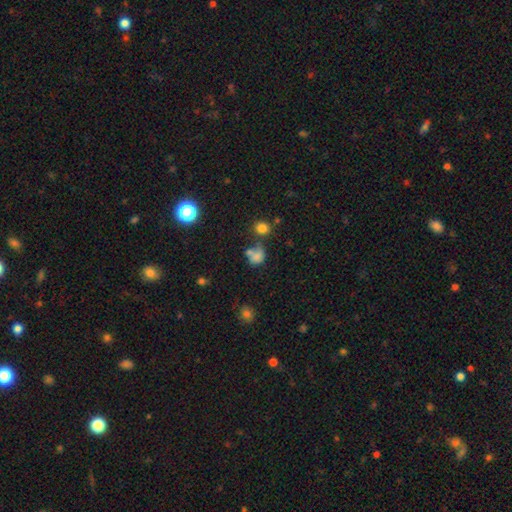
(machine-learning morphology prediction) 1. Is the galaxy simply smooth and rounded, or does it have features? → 69% smooth, 17% star or artifact, 13% featured or disk.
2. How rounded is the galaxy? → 62% round, 37% in between, 1% cigar-shaped.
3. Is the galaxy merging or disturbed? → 39% none, 31% merger, 18% minor disturbance, 12% major disturbance.